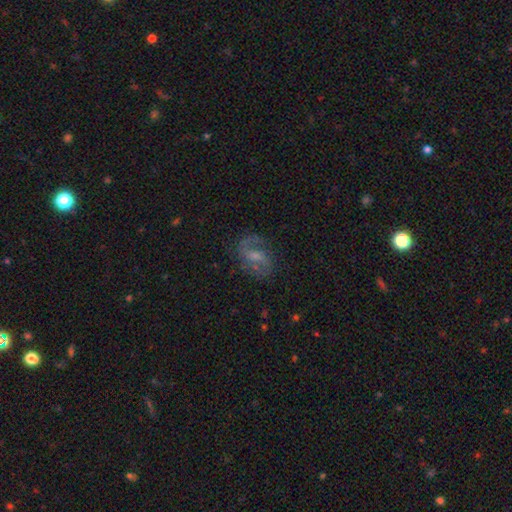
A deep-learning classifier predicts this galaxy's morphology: A featured or disk galaxy (76%) with a weak bar (54%), 2 (82%) medium (48%) spiral arms (92%) and a small central bulge (43%). Merging: none (71%).